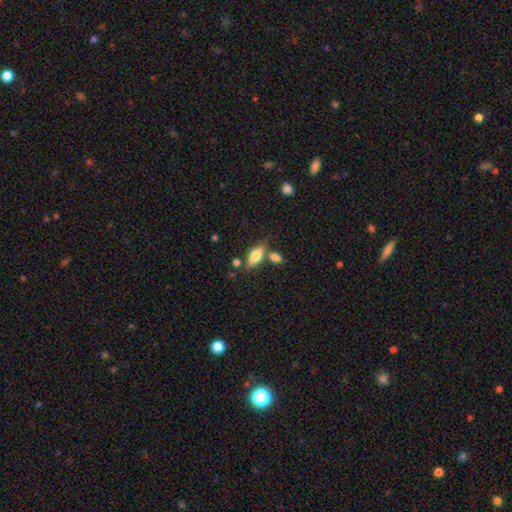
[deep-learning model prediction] Smooth or featured: smooth — 72% (featured or disk — 21%)
How rounded: in between — 71% (cigar-shaped — 26%)
Merging: none — 62% (merger — 20%)